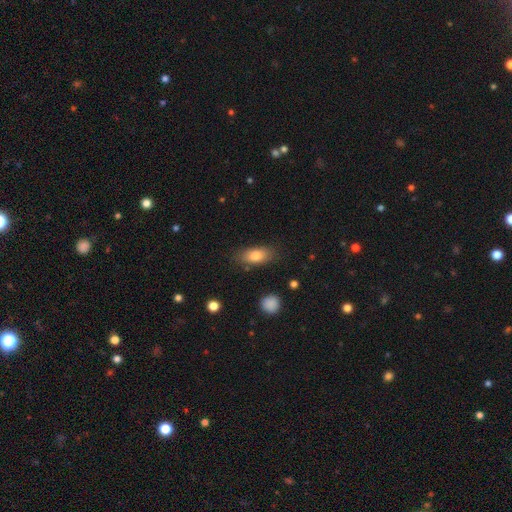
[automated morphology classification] smooth 81%, featured or disk 12%, star or artifact 8%. Down the decision tree: how rounded — in between (82%); merging — none (79%).